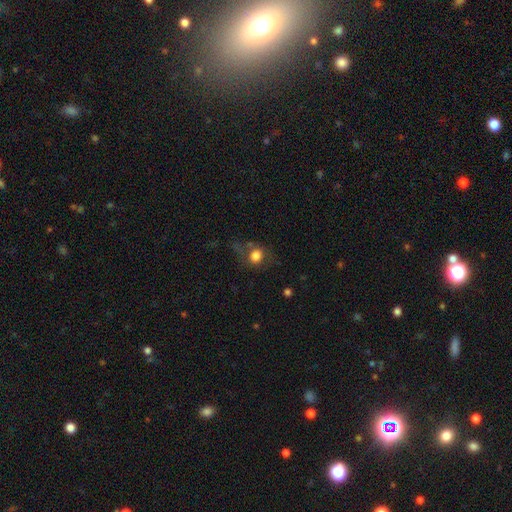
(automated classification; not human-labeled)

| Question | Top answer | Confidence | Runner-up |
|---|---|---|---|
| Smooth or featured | smooth | 75% | featured or disk (15%) |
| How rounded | round | 63% | in between (35%) |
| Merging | none | 50% | minor disturbance (22%) |